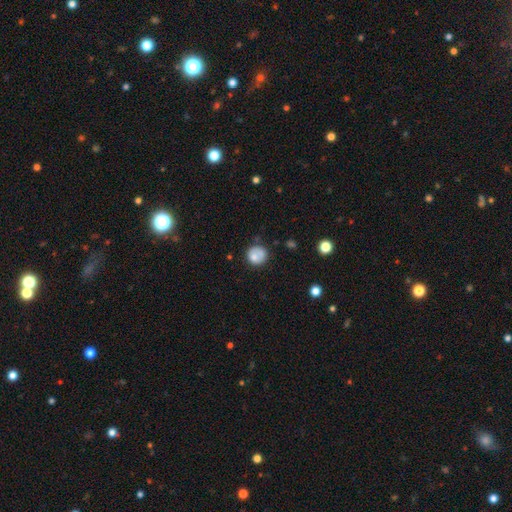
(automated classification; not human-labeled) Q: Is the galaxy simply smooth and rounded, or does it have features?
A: smooth — 77%.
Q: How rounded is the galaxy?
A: round — 86%.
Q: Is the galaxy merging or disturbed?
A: none — 66%.